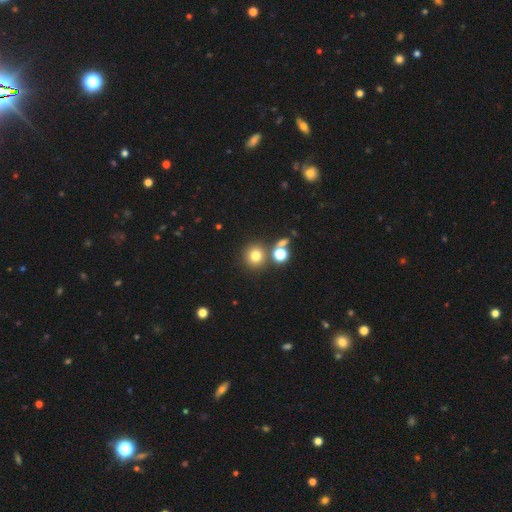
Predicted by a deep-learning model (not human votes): Q: Smooth or featured?
A: smooth (75%); runner-up: star or artifact (17%)
Q: How rounded?
A: round (92%); runner-up: in between (7%)
Q: Merging?
A: none (76%); runner-up: merger (14%)